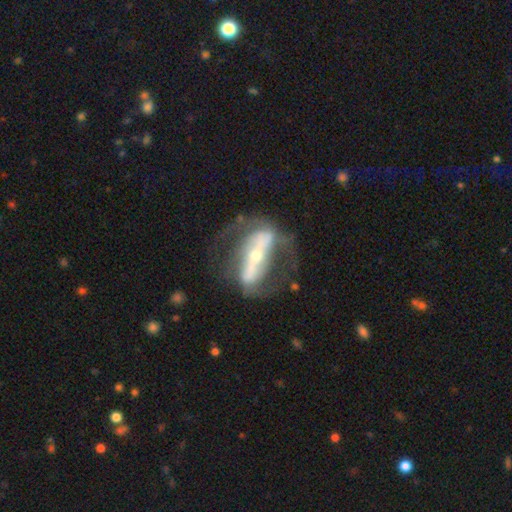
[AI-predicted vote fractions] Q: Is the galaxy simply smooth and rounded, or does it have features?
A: featured or disk — 81%.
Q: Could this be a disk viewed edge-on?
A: no — 77%.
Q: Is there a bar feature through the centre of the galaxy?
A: strong — 76%.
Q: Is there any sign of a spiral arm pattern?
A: yes — 60%.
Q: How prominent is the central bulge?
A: small — 56%.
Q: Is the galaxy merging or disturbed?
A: none — 57%.